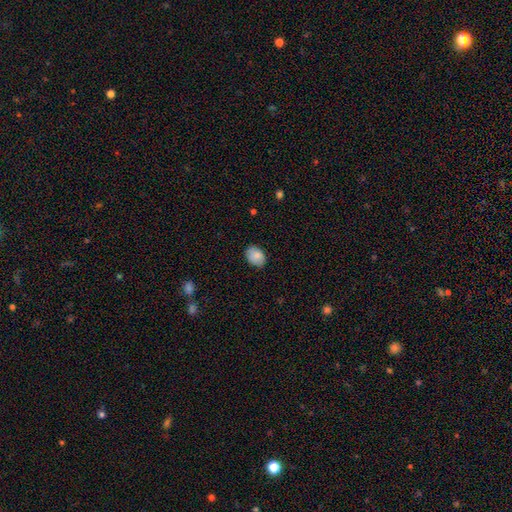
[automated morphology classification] Smooth or featured: smooth — 87% (star or artifact — 7%)
How rounded: in between — 77% (round — 22%)
Merging: none — 85% (minor disturbance — 12%)